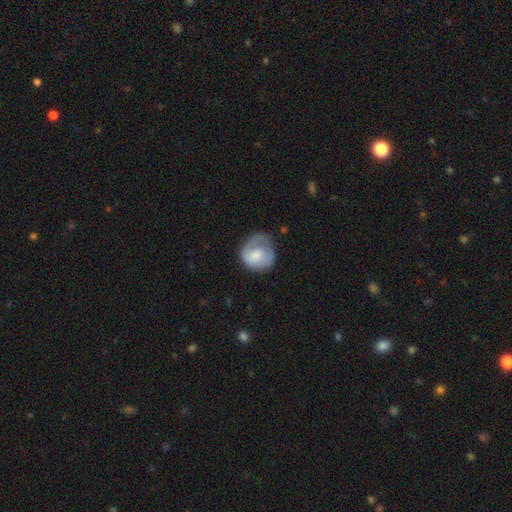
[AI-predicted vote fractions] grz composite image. It shows a smooth galaxy with no disk features (58%) that is round (74%). Merging: none (43%).